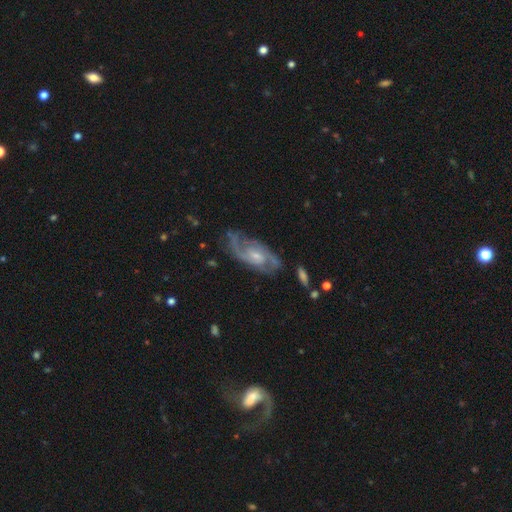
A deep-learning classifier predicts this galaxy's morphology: featured or disk 83%, smooth 10%, star or artifact 6%. Down the decision tree: edge-on disk — no (94%); bar — no (52%); spiral arms — yes (95%); spiral arm count — 2 (73%); spiral winding — medium (50%); bulge size — small (55%); merging — none (69%).